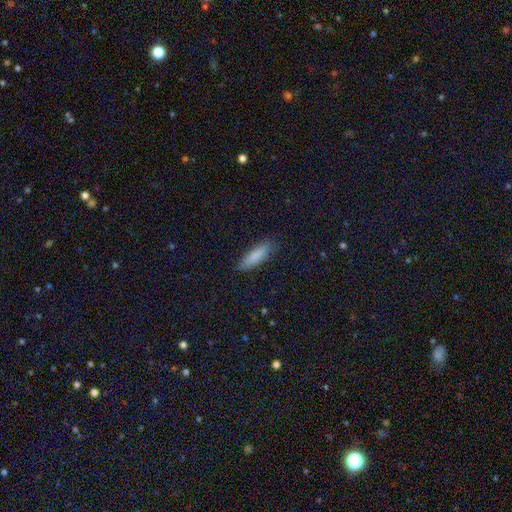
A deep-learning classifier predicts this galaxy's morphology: smooth-or-featured: smooth: 85% | featured or disk: 9% | star or artifact: 6%
  how-rounded: cigar-shaped: 66% | in between: 33% | round: 2%
  merging: none: 87% | minor disturbance: 10% | major disturbance: 2% | merger: 1%